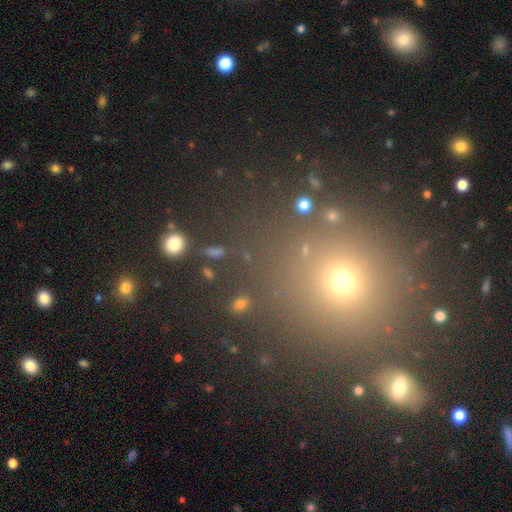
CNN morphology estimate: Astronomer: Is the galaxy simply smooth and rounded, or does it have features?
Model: smooth — 52% (runner-up: star or artifact, 40%).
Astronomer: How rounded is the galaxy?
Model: round — 82%.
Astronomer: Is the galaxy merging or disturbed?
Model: none — 81%.